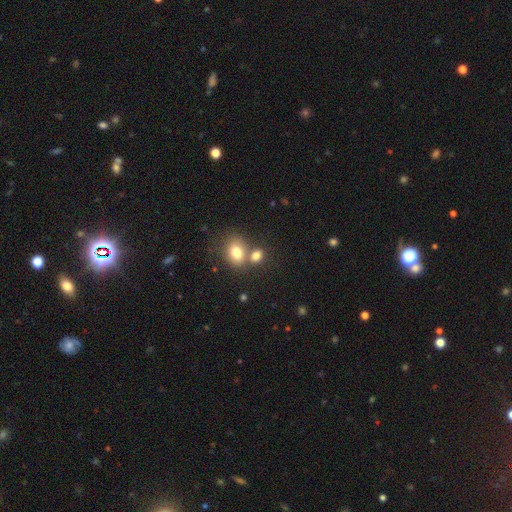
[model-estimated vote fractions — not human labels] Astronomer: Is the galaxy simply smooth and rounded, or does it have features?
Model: smooth — 76%.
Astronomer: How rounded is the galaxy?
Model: in between — 55% (runner-up: round, 43%).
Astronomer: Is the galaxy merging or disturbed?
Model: none — 45% (runner-up: merger, 42%).